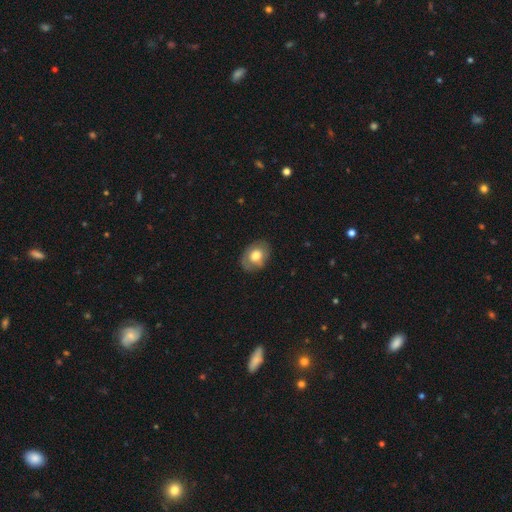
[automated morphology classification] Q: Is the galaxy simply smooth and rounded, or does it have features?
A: smooth — 70%.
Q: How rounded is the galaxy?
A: in between — 71%.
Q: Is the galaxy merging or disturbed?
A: none — 77%.